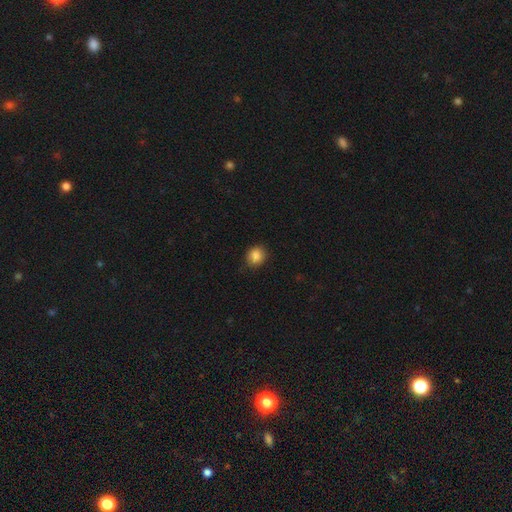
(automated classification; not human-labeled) Morphology: type=smooth (87%); roundness=round (74%); merging=none (84%).